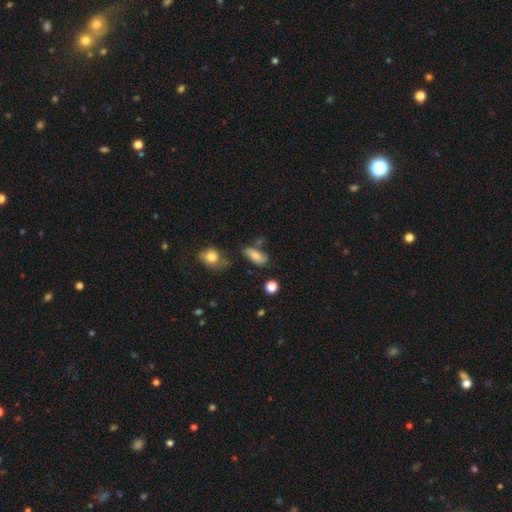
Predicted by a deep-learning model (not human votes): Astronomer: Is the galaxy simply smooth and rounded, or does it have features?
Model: smooth — 73%.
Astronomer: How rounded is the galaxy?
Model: in between — 82%.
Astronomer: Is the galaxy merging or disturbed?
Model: none — 53%.